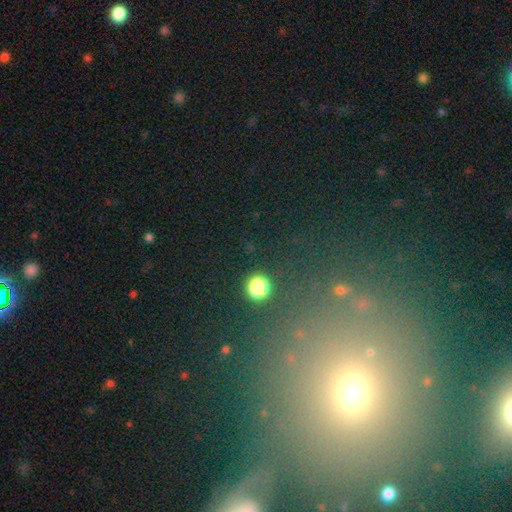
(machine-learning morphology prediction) This is possibly a star or artifact rather than a galaxy (48%).